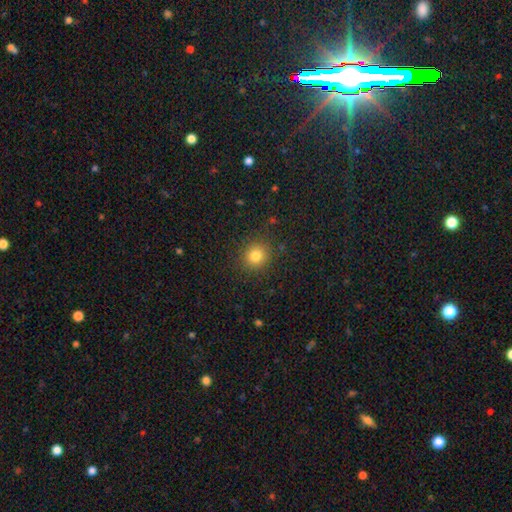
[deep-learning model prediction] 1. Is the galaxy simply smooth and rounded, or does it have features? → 81% smooth, 13% star or artifact, 6% featured or disk.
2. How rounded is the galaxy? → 88% round, 11% in between, 1% cigar-shaped.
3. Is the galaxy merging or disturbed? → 88% none, 7% minor disturbance, 3% major disturbance, 1% merger.